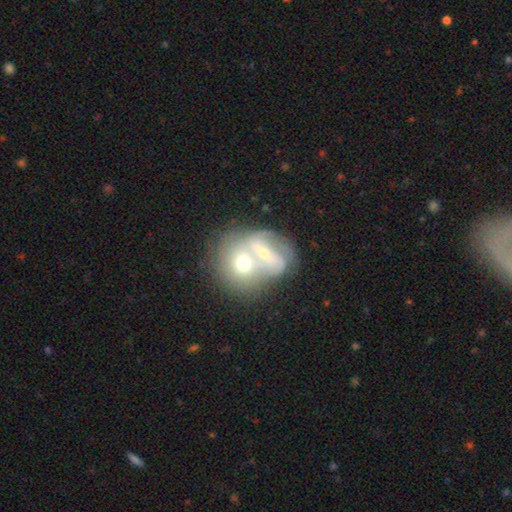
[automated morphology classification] Smooth or featured?
  - featured or disk: 51% *
  - smooth: 39%
  - star or artifact: 10%
Edge-on disk?
  - no: 93% *
  - yes: 7%
Merging?
  - merger: 71% *
  - none: 18%
  - minor disturbance: 6%
  - major disturbance: 5%